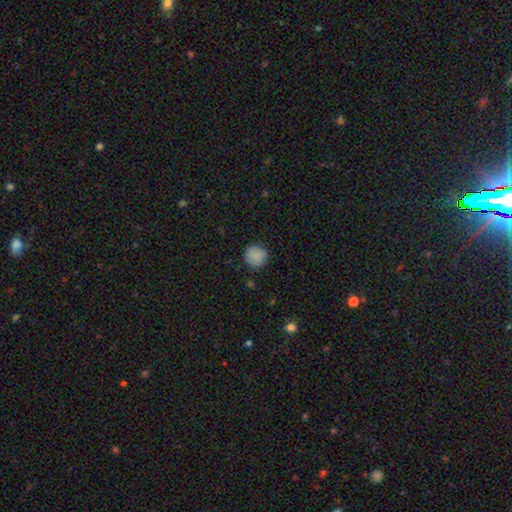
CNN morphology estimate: Q: Smooth or featured?
A: smooth (87%); runner-up: star or artifact (9%)
Q: How rounded?
A: round (91%); runner-up: in between (8%)
Q: Merging?
A: none (85%); runner-up: minor disturbance (11%)